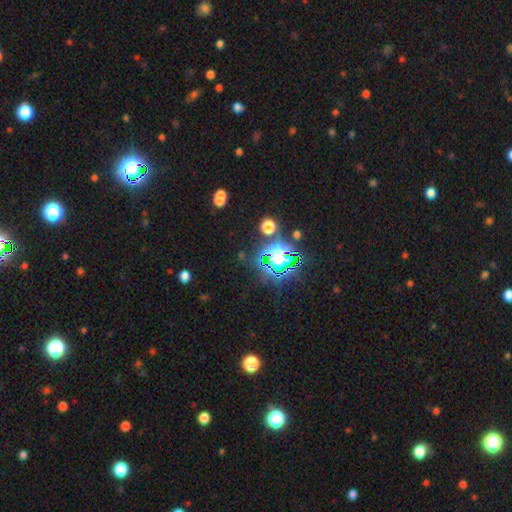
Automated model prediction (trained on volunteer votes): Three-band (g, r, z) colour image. It shows a star or artifact, not a galaxy (82%).